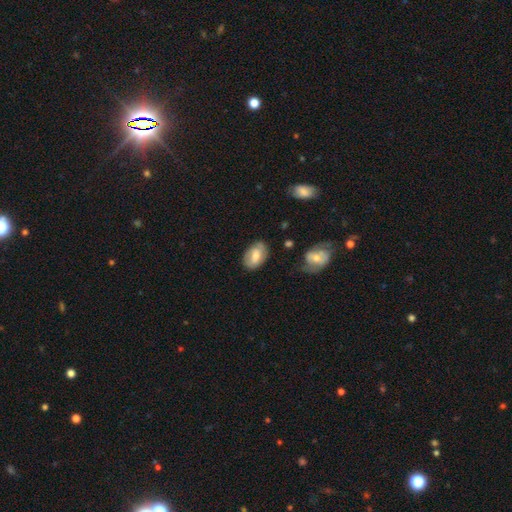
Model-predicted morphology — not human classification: Smooth or featured?
  - smooth: 60% *
  - featured or disk: 34%
  - star or artifact: 7%
How rounded?
  - in between: 89% *
  - round: 10%
  - cigar-shaped: 1%
Merging?
  - none: 74% *
  - minor disturbance: 19%
  - major disturbance: 5%
  - merger: 2%